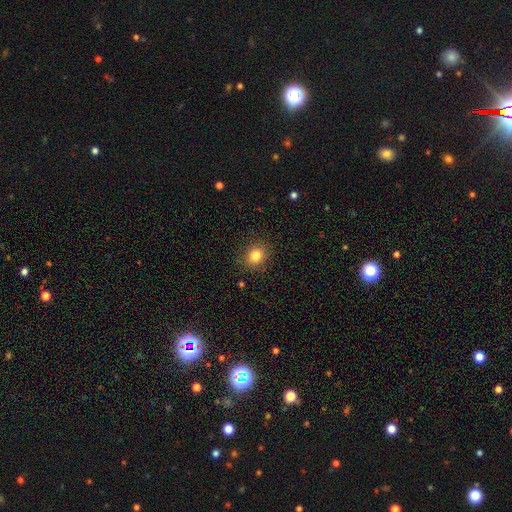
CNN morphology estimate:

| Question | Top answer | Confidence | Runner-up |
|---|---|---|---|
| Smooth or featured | smooth | 82% | star or artifact (11%) |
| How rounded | round | 77% | in between (22%) |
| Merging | none | 88% | minor disturbance (9%) |